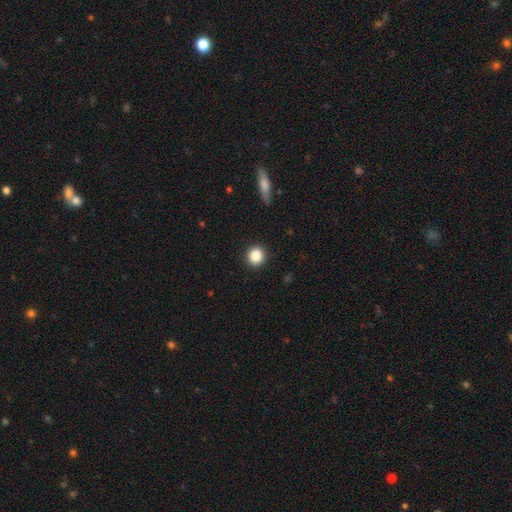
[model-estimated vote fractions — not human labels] A smooth galaxy with no disk features (87%) that is round (89%). Merging: none (91%).